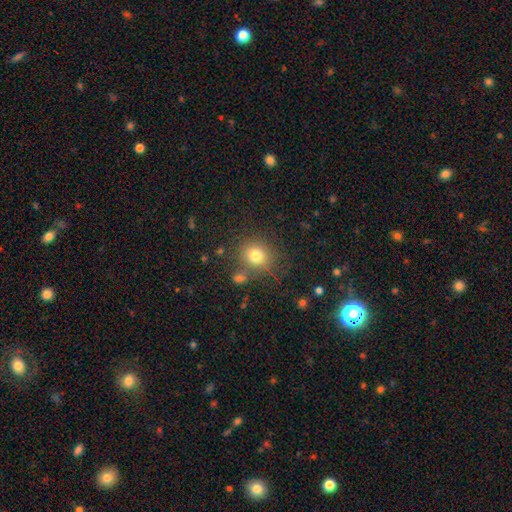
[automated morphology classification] Smooth or featured?
  - smooth: 77% *
  - star or artifact: 14%
  - featured or disk: 9%
How rounded?
  - round: 77% *
  - in between: 22%
  - cigar-shaped: 1%
Merging?
  - none: 76% *
  - minor disturbance: 12%
  - merger: 8%
  - major disturbance: 5%